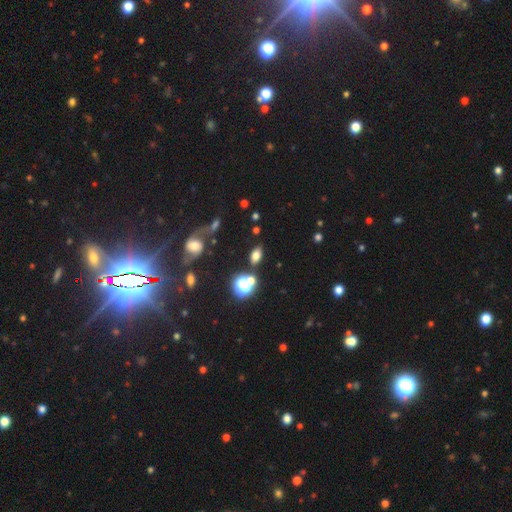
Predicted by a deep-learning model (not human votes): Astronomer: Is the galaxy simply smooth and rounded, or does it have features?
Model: smooth — 68%.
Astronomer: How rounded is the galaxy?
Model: in between — 83%.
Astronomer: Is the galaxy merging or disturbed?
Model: none — 76%.